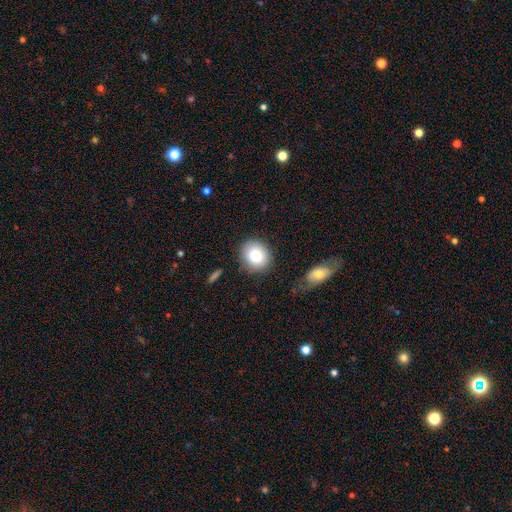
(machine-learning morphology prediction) A smooth galaxy with no disk features (85%) that is round (75%). Merging: none (82%).